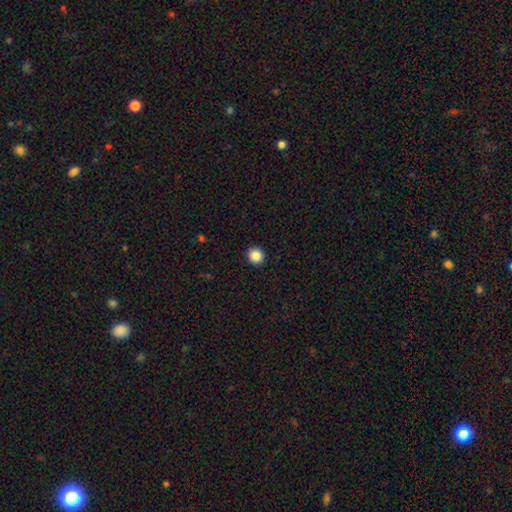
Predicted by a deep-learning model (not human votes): Q: Smooth or featured?
A: smooth (87%); runner-up: star or artifact (10%)
Q: How rounded?
A: round (93%); runner-up: in between (6%)
Q: Merging?
A: none (93%); runner-up: minor disturbance (4%)